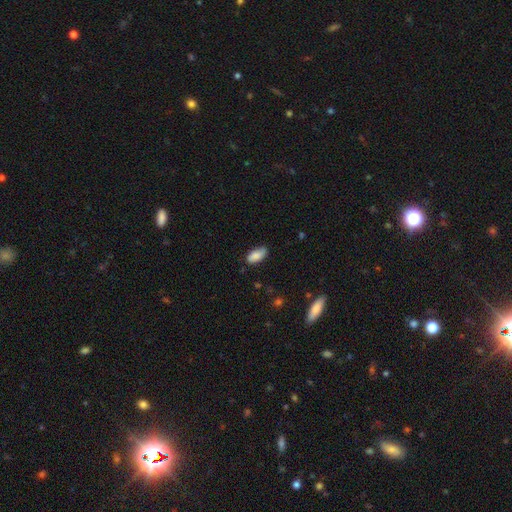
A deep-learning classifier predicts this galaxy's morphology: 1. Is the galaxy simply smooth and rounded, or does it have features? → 85% smooth, 8% featured or disk, 7% star or artifact.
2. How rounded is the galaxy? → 91% in between, 6% cigar-shaped, 2% round.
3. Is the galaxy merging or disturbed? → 73% none, 22% minor disturbance, 3% major disturbance, 1% merger.